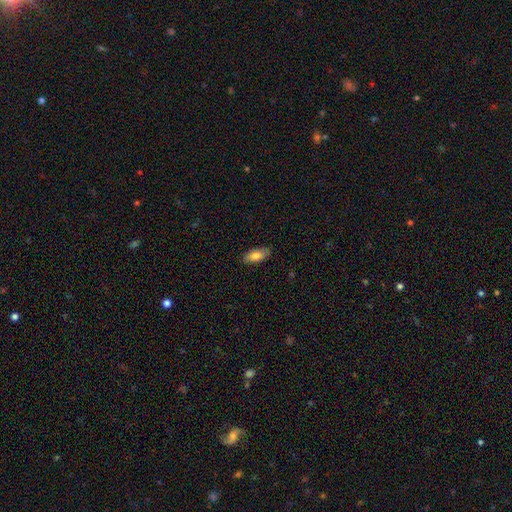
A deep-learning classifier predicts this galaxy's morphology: Smooth or featured? smooth (79%)
How rounded? in between (85%)
Merging? none (86%)